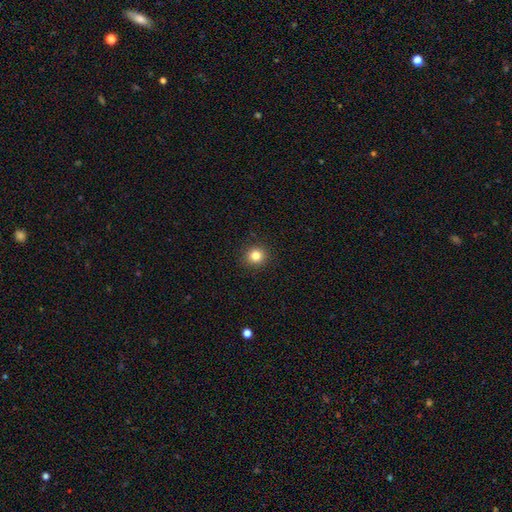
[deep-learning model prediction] The model was most divided on "smooth or featured": smooth: 83%, star or artifact: 12%, featured or disk: 6%. More confident: merging — none (92%); how rounded — round (91%).